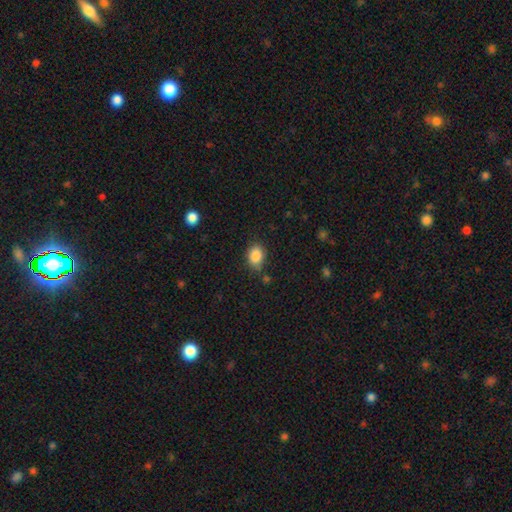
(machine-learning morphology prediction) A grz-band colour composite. It shows a smooth galaxy with no disk features (86%) that is in between round and cigar-shaped (69%). Merging: none (75%).